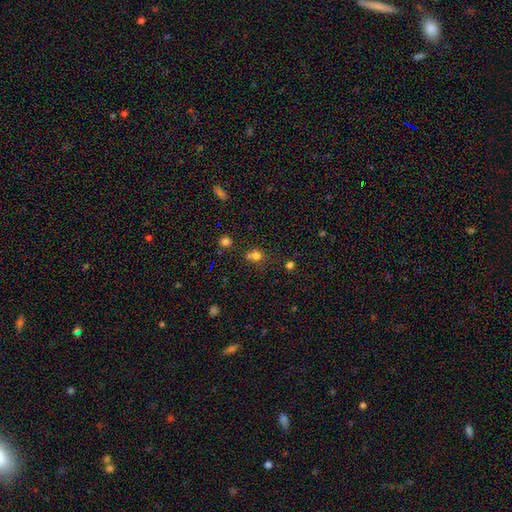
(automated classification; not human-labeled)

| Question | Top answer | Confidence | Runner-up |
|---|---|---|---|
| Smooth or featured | smooth | 74% | star or artifact (18%) |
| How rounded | round | 71% | in between (28%) |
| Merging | none | 47% | merger (34%) |